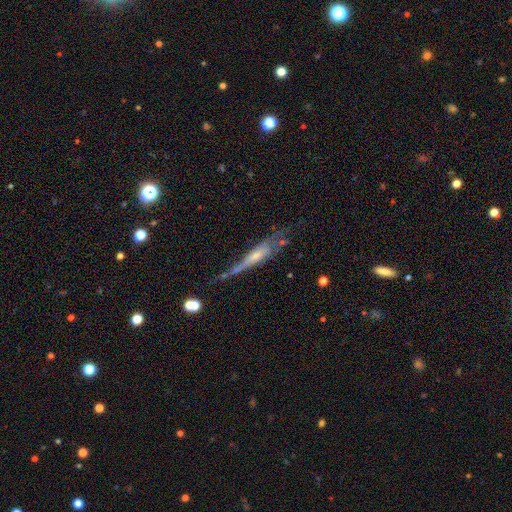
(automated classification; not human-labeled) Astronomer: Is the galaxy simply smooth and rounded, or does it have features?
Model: featured or disk — 61%.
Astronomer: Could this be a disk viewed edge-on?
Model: yes — 67%.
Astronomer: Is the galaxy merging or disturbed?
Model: none — 33% (runner-up: major disturbance, 31%).